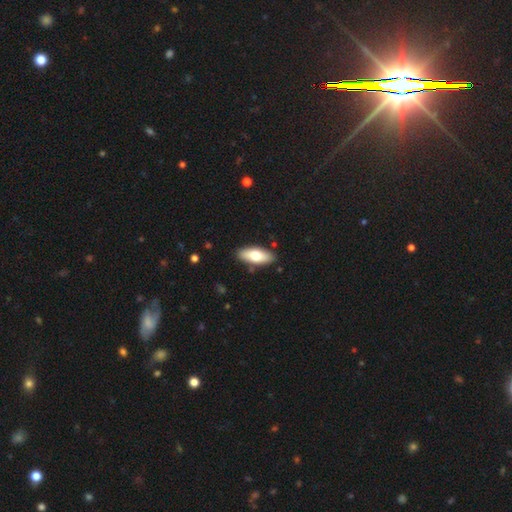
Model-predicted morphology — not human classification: The model was most divided on "smooth or featured": smooth: 70%, featured or disk: 24%, star or artifact: 5%. More confident: merging — none (87%); how rounded — in between (77%).